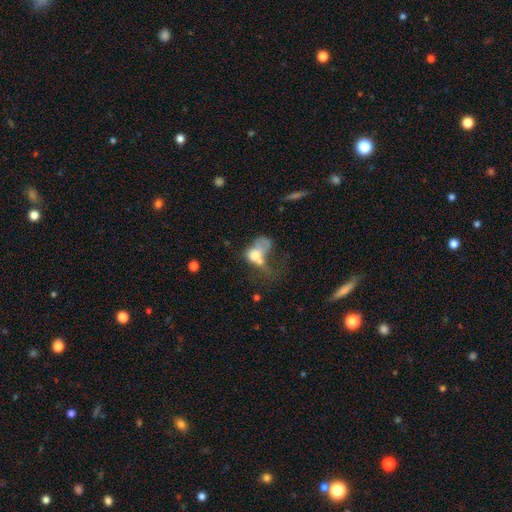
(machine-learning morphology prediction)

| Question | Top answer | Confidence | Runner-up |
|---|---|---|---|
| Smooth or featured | smooth | 55% | featured or disk (34%) |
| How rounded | in between | 70% | round (28%) |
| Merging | major disturbance | 42% | merger (38%) |